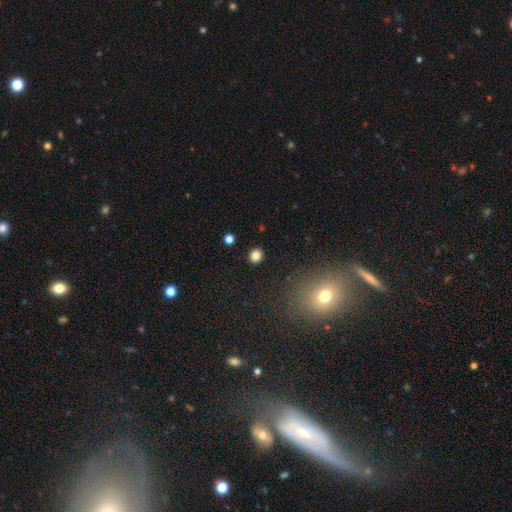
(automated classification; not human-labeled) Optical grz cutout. It shows a smooth galaxy with no disk features (83%) that is round (82%). Merging: none (90%).